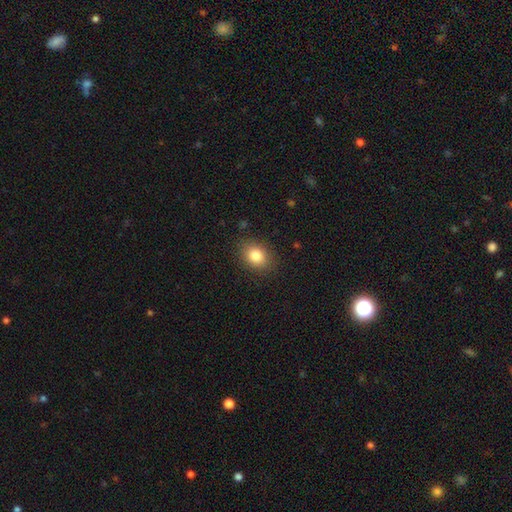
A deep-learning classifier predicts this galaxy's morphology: Smooth or featured: smooth — 83% (star or artifact — 10%)
How rounded: in between — 60% (round — 39%)
Merging: none — 86% (minor disturbance — 10%)